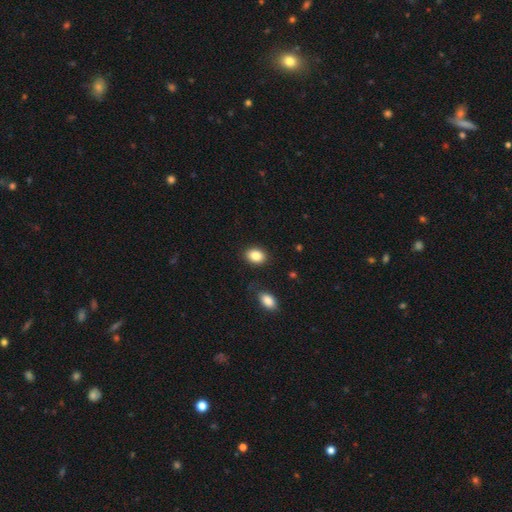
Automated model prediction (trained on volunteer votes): Overall: smooth (86%). How rounded: in between (72%). Merging: none (86%).